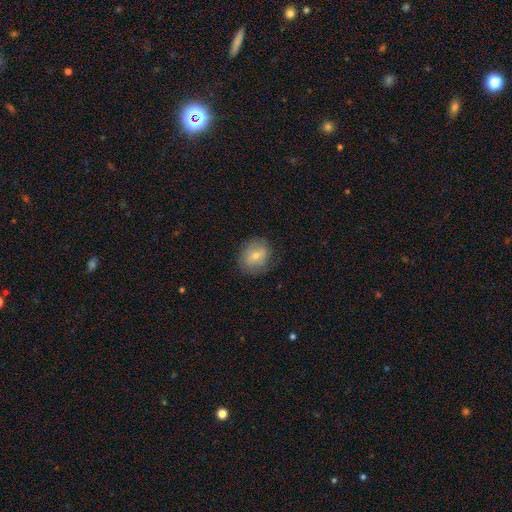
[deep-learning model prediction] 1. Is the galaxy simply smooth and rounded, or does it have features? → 59% smooth, 31% featured or disk, 11% star or artifact.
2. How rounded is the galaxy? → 70% round, 29% in between, 1% cigar-shaped.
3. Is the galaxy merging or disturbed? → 81% none, 13% minor disturbance, 5% major disturbance, 1% merger.